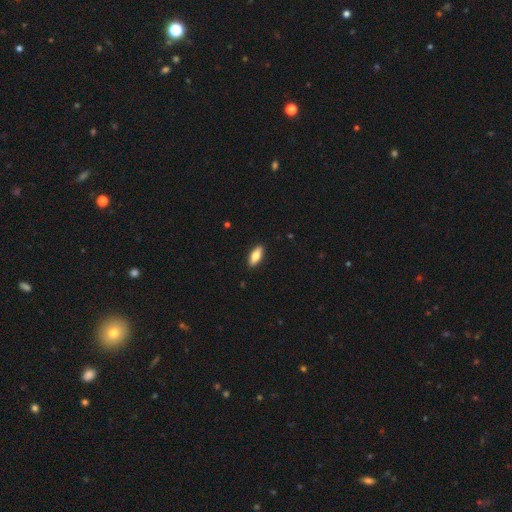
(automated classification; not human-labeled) A smooth galaxy with no disk features (74%) that is in between round and cigar-shaped (75%). Merging: none (90%).